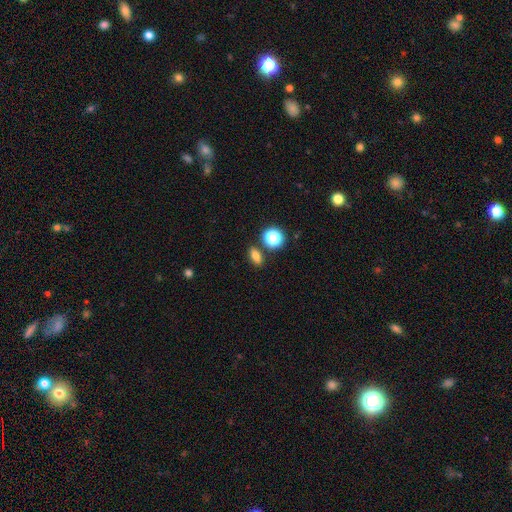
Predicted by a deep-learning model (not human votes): Smooth or featured? smooth (76%)
How rounded? in between (70%)
Merging? none (82%)